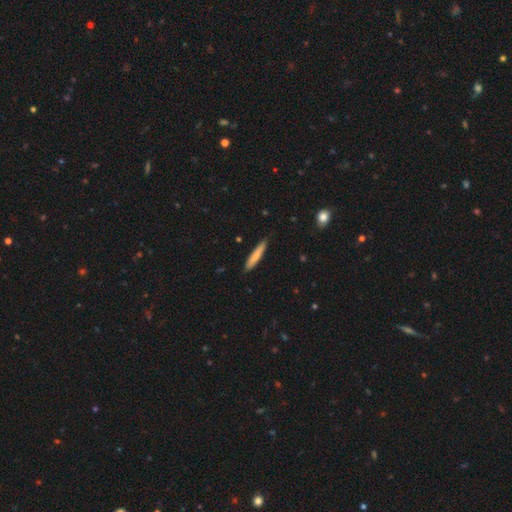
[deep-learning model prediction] A smooth galaxy with no disk features (77%) that is cigar-shaped (92%).

Vote fractions:
- Smooth or featured? smooth: 77% / featured or disk: 18% / star or artifact: 6%
- How rounded? cigar-shaped: 92% / in between: 6% / round: 1%
- Merging? none: 87% / minor disturbance: 10% / major disturbance: 2% / merger: 1%